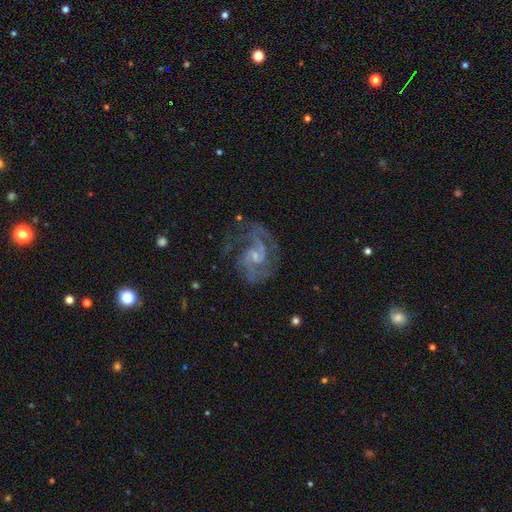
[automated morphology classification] Smooth or featured? featured or disk (87%)
Edge-on disk? no (98%)
Bar? weak (53%)
Spiral arms? yes (96%)
Spiral winding? medium (56%)
Spiral arm count? 2 (76%)
Bulge size? small (62%)
Merging? none (61%)